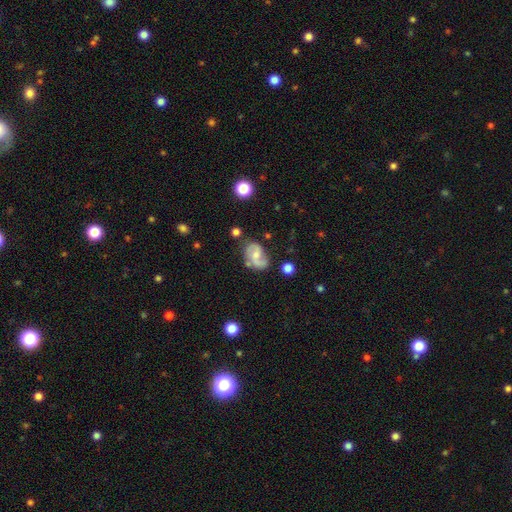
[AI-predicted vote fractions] smooth-or-featured: featured or disk: 75% | smooth: 18% | star or artifact: 7%
  disk-edge-on: no: 97% | yes: 3%
    bar: no: 50% | weak: 41% | strong: 9%
    has-spiral-arms: yes: 92% | no: 8%
      spiral-winding: medium: 45% | loose: 38% | tight: 17%
      spiral-arm-count: 2: 81% | 1: 9% | can't tell: 6% | 3: 1% | 4: 1% | more than 4: 1%
    bulge-size: moderate: 46% | small: 43% | none: 7% | large: 3% | dominant: 1%
  merging: none: 61% | minor disturbance: 23% | major disturbance: 10% | merger: 6%